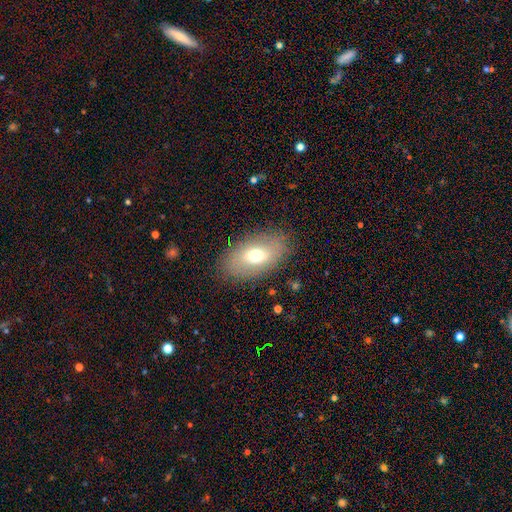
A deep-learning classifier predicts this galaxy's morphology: Smooth or featured: smooth — 63% (featured or disk — 27%)
How rounded: in between — 90% (round — 8%)
Merging: none — 84% (minor disturbance — 11%)